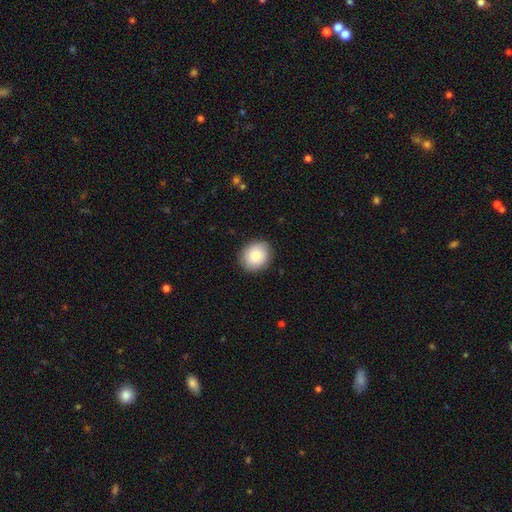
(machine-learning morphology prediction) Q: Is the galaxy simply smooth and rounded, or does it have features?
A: smooth — 80%.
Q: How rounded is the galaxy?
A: round — 74%.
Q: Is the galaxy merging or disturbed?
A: none — 88%.